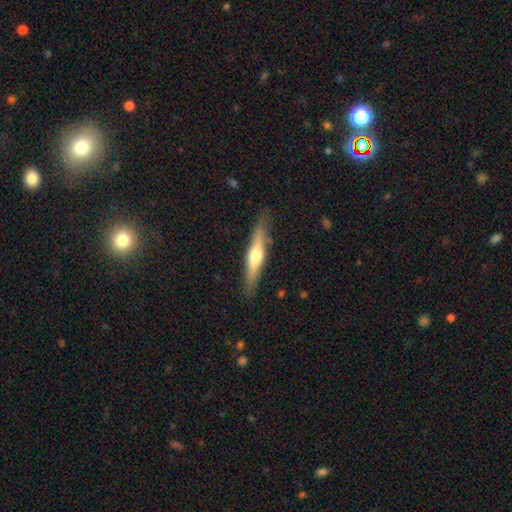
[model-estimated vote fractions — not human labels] smooth_or_featured: featured or disk (p=0.56) [alt: smooth p=0.38]
disk_edge_on: yes (p=0.94) [alt: no p=0.06]
edge_on_bulge: rounded (p=0.89) [alt: none p=0.06]
merging: none (p=0.84) [alt: minor disturbance p=0.12]